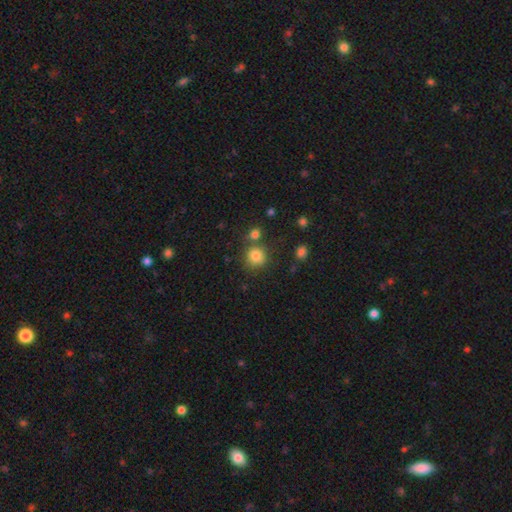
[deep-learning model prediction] Smooth or featured? Predicted: smooth (p=0.81). How rounded? Predicted: round (p=0.87). Merging? Predicted: none (p=0.69).